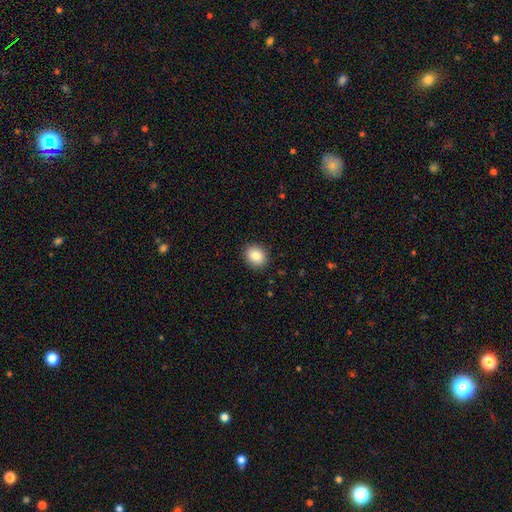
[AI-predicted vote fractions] This appears to be a smooth galaxy with no disk features (84%) that is round (65%). Merging: none (91%).